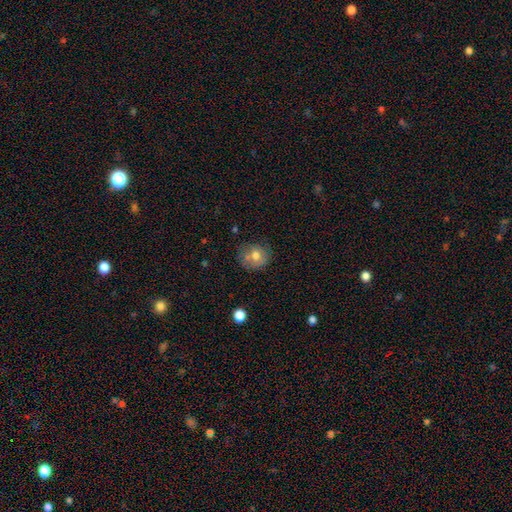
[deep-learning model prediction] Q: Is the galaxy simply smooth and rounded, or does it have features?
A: smooth — 70%.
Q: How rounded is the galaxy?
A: round — 75%.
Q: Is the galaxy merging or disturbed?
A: none — 56%.